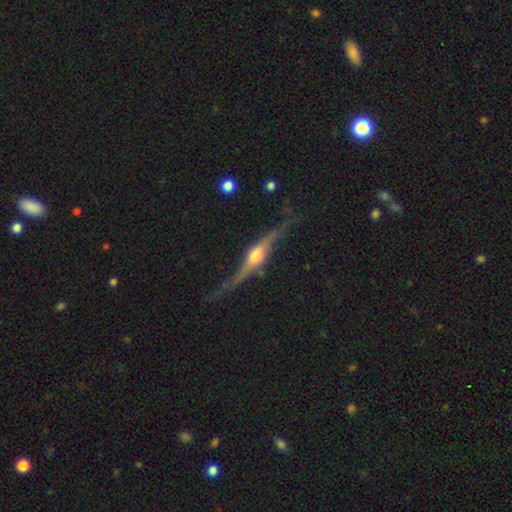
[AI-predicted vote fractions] This is clearly a featured or disk galaxy (84%). It is clearly viewed edge-on (90%). Edge-on bulge: clearly rounded (90%). Merging: likely none (70%).